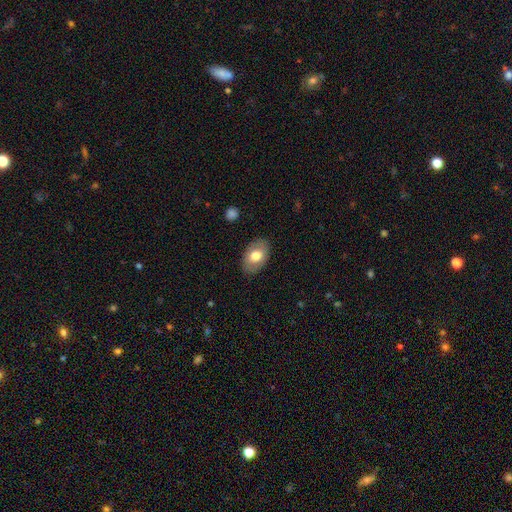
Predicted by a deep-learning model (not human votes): A smooth galaxy with no disk features (71%) that is in between round and cigar-shaped (88%). Merging: none (86%).